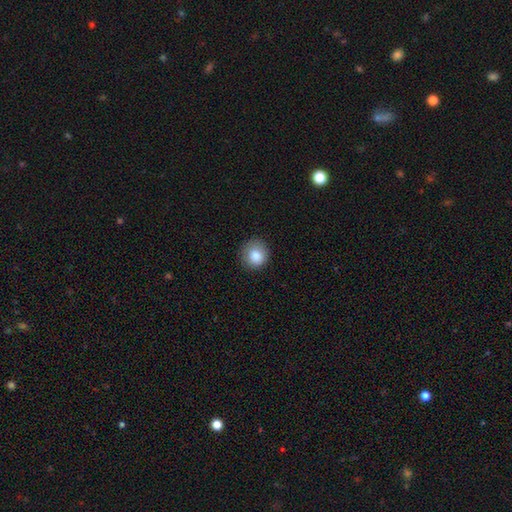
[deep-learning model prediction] This appears to be a smooth galaxy with no disk features (84%) that is round (89%). Merging: none (82%).